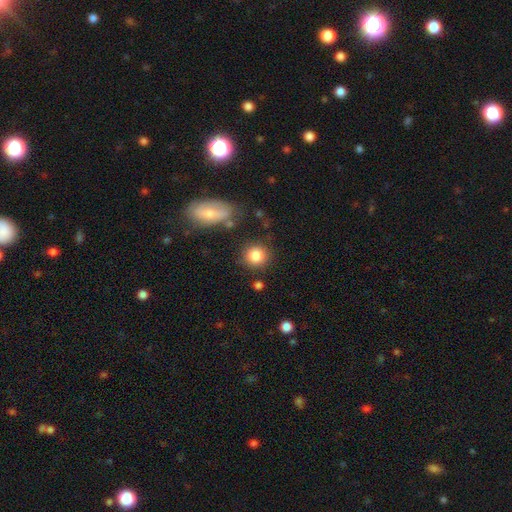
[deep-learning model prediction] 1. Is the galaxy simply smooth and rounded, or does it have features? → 84% smooth, 9% star or artifact, 6% featured or disk.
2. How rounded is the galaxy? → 89% round, 10% in between, 1% cigar-shaped.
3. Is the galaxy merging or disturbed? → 81% none, 10% minor disturbance, 5% merger, 4% major disturbance.